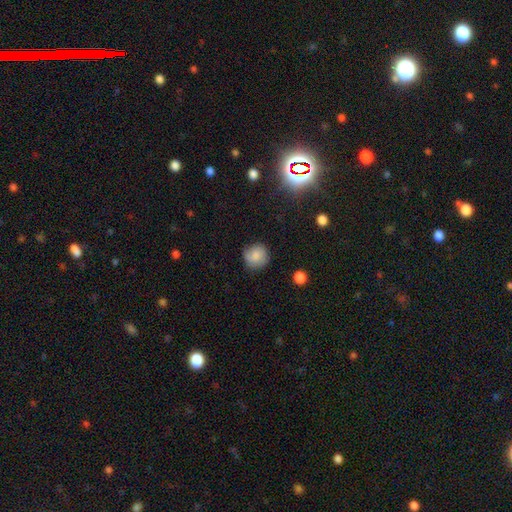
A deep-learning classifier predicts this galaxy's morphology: This is likely a smooth galaxy (78%). How rounded: clearly round (90%). Merging: likely none (76%).